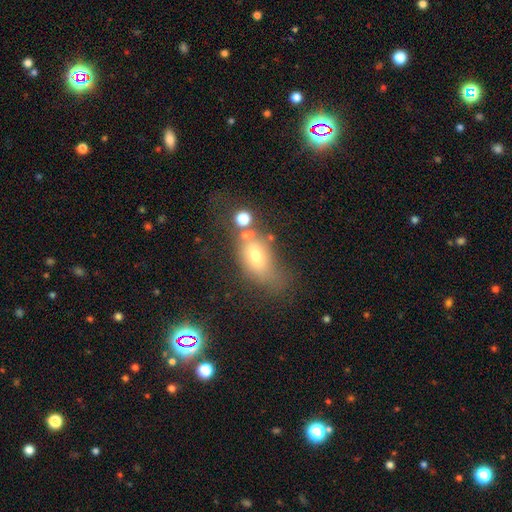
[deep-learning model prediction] smooth_or_featured: smooth (p=0.66) [alt: featured or disk p=0.21]
how_rounded: in between (p=0.80) [alt: round p=0.14]
merging: none (p=0.39) [alt: minor disturbance p=0.23]